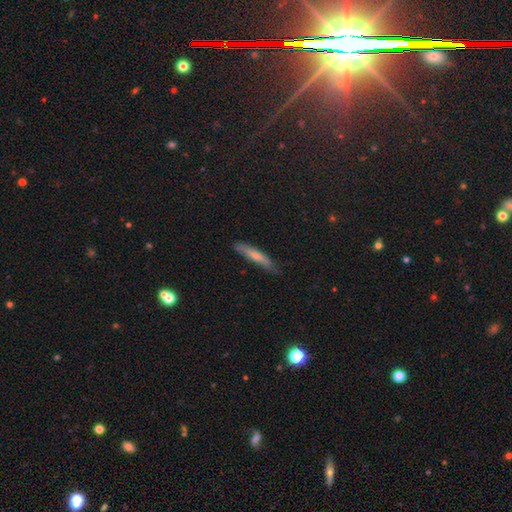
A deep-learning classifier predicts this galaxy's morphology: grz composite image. It shows a smooth galaxy with no disk features (68%) that is cigar-shaped (88%). Merging: none (75%).